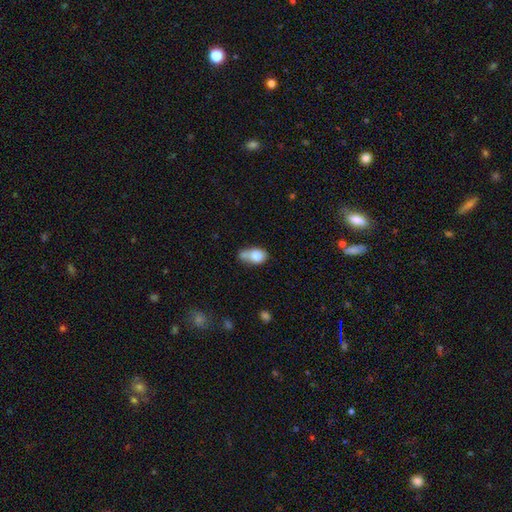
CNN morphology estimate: Smooth or featured? smooth (79%)
How rounded? in between (70%)
Merging? merger (46%)